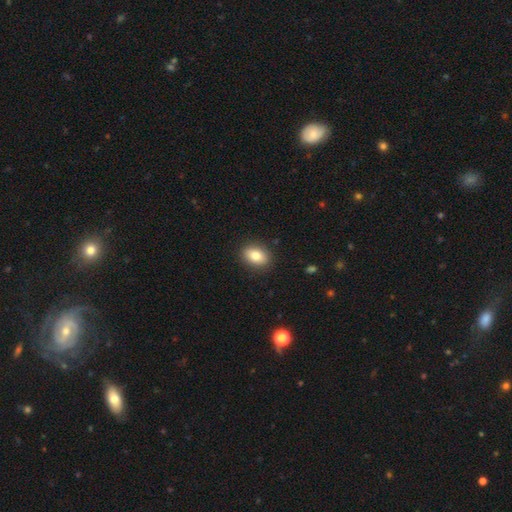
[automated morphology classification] A smooth galaxy with no disk features (82%) that is in between round and cigar-shaped (74%).

Vote fractions:
- Smooth or featured? smooth: 82% / featured or disk: 9% / star or artifact: 8%
- How rounded? in between: 74% / round: 24% / cigar-shaped: 1%
- Merging? none: 89% / minor disturbance: 8% / major disturbance: 2% / merger: 1%